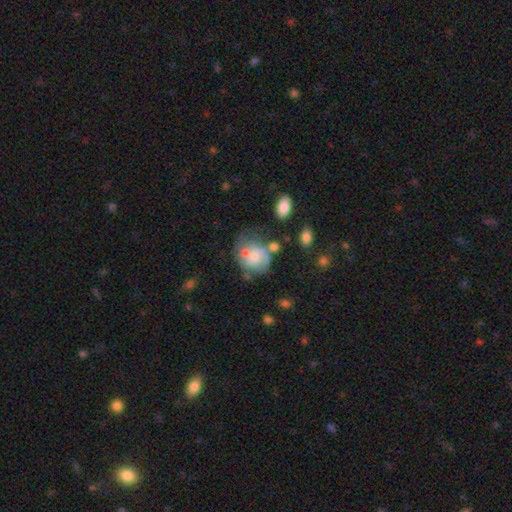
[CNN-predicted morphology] A featured or disk galaxy (47%). Merging: none (37%).